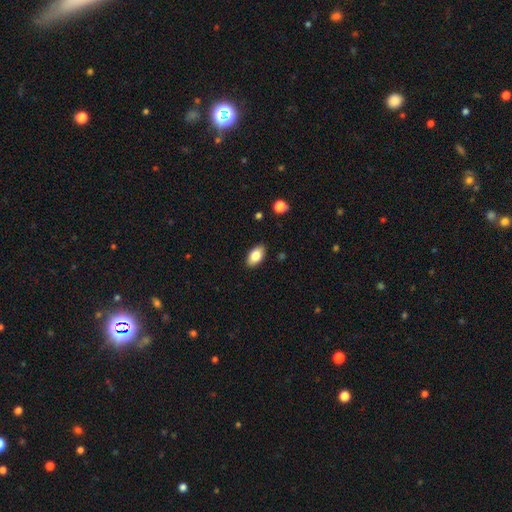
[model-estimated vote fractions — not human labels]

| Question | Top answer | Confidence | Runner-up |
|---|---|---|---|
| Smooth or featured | smooth | 82% | featured or disk (11%) |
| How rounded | in between | 93% | round (5%) |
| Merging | none | 88% | minor disturbance (9%) |